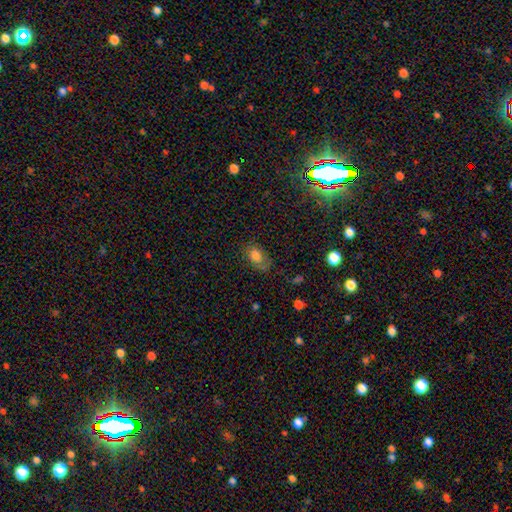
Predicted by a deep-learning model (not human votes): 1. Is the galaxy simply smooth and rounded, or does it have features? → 75% smooth, 13% featured or disk, 12% star or artifact.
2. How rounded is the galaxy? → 78% in between, 20% round, 2% cigar-shaped.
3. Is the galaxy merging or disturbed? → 62% none, 25% minor disturbance, 11% major disturbance, 2% merger.